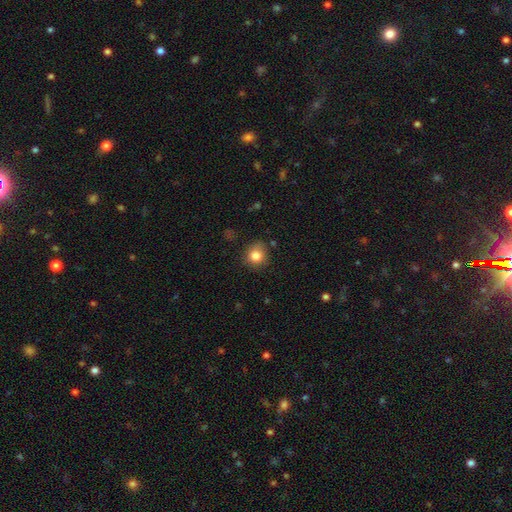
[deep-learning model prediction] Smooth or featured: smooth — 83% (star or artifact — 11%)
How rounded: round — 85% (in between — 14%)
Merging: none — 78% (minor disturbance — 16%)